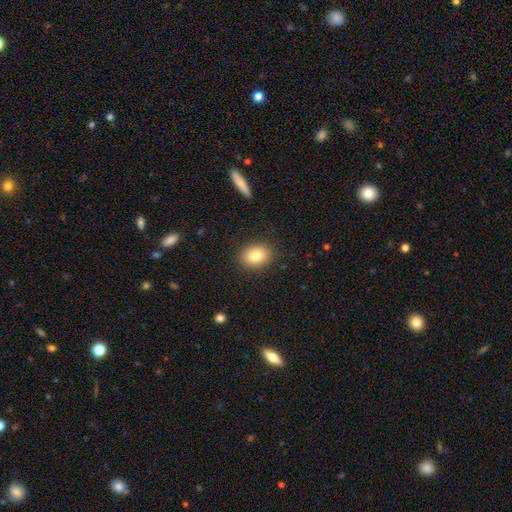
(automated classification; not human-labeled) Smooth or featured: smooth — 81% (featured or disk — 10%)
How rounded: in between — 56% (round — 43%)
Merging: none — 88% (minor disturbance — 8%)